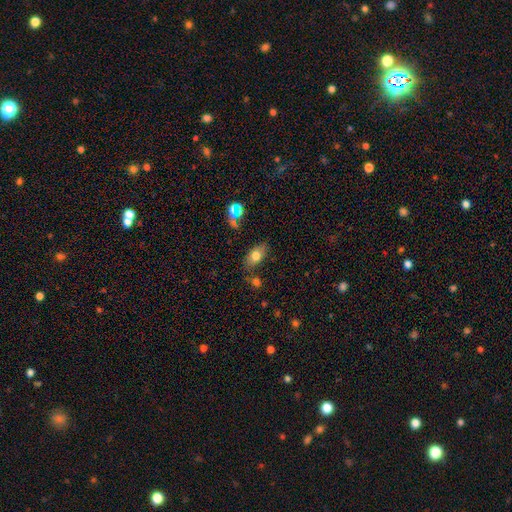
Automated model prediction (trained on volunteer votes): Smooth or featured?
  - smooth: 73% *
  - featured or disk: 17%
  - star or artifact: 10%
How rounded?
  - in between: 87% *
  - round: 8%
  - cigar-shaped: 4%
Merging?
  - none: 72% *
  - minor disturbance: 17%
  - merger: 7%
  - major disturbance: 4%